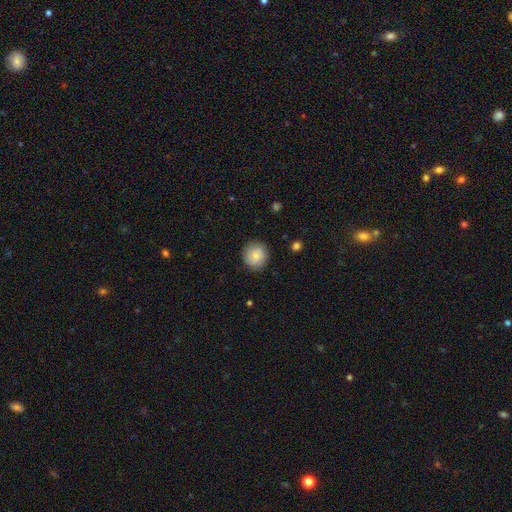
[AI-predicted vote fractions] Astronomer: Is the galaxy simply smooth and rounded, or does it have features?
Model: smooth — 72%.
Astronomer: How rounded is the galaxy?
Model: round — 92%.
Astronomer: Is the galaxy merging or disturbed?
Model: none — 85%.